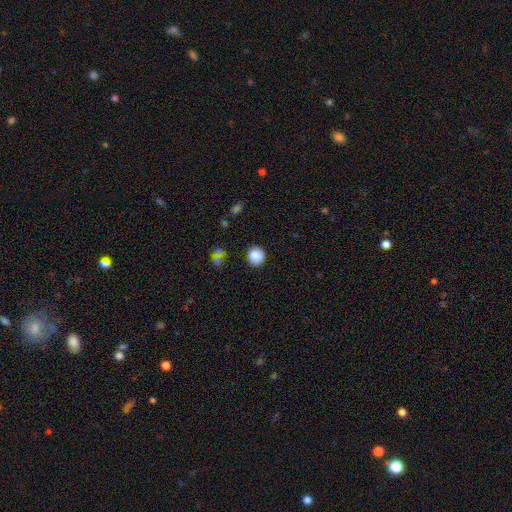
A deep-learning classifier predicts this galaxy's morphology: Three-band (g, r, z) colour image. It shows a smooth galaxy with no disk features (85%) that is round (86%). Merging: none (84%).